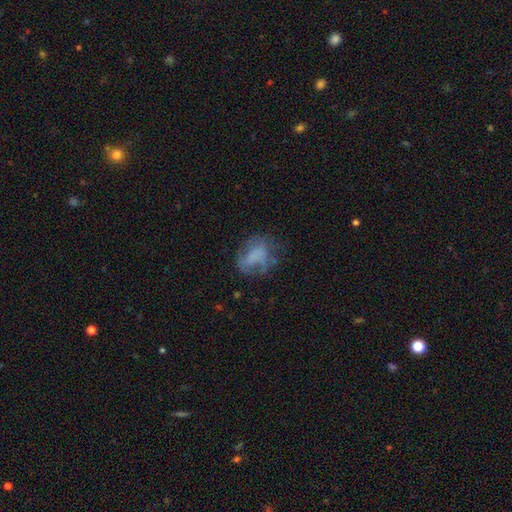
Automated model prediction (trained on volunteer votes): A smooth galaxy with no disk features (46%). Merging: none (48%).